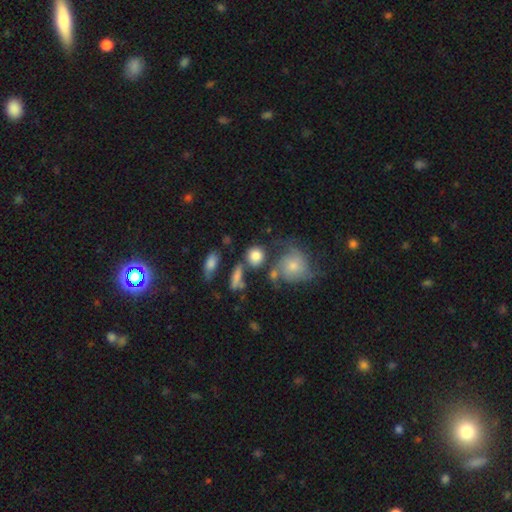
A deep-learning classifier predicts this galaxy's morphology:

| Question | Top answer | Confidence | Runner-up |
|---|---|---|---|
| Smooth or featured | smooth | 75% | featured or disk (16%) |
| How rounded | round | 78% | in between (20%) |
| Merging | none | 53% | merger (21%) |